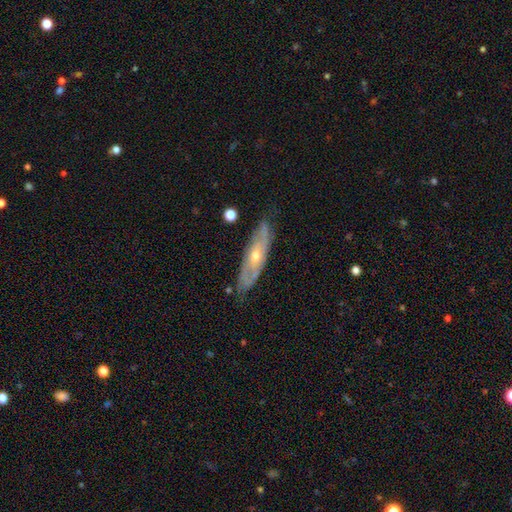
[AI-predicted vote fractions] This appears to be a featured or disk galaxy (74%). Merging: none (78%).